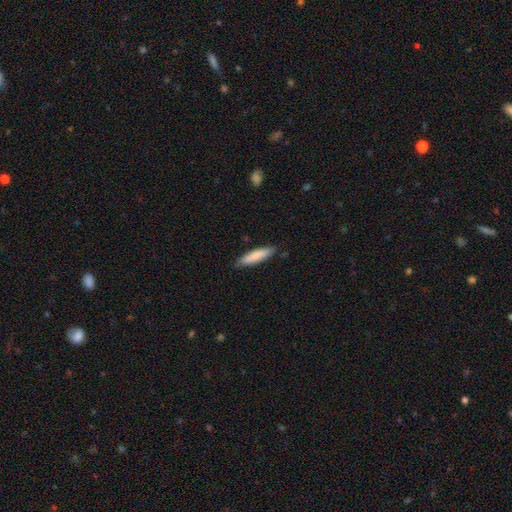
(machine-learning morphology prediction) Q: Smooth or featured?
A: smooth (81%); runner-up: featured or disk (14%)
Q: How rounded?
A: cigar-shaped (77%); runner-up: in between (22%)
Q: Merging?
A: none (86%); runner-up: minor disturbance (11%)